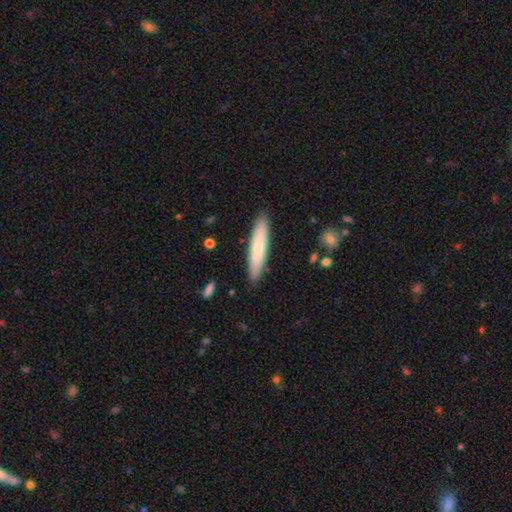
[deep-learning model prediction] The model was most divided on "smooth or featured": smooth: 72%, featured or disk: 22%, star or artifact: 5%. More confident: merging — none (89%); how rounded — cigar-shaped (84%).